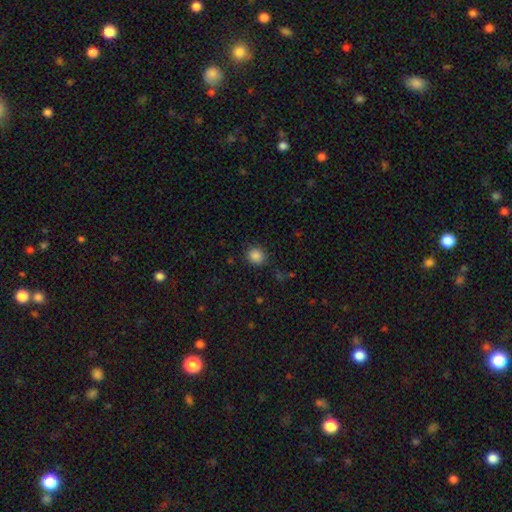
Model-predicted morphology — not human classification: Overall: smooth (86%). How rounded: round (84%). Merging: none (86%).